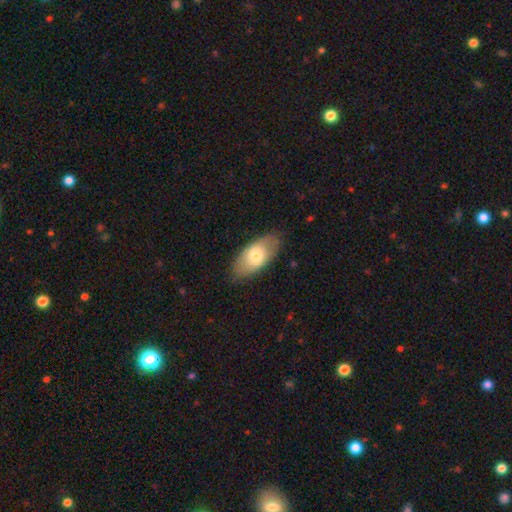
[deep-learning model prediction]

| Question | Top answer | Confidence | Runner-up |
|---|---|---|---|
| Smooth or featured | smooth | 65% | featured or disk (29%) |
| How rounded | in between | 92% | cigar-shaped (4%) |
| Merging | none | 81% | minor disturbance (15%) |